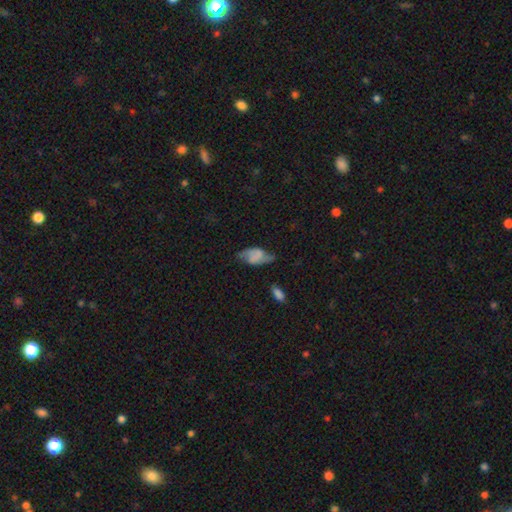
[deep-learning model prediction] smooth_or_featured: featured or disk (p=0.46) [alt: smooth p=0.44]
merging: none (p=0.54) [alt: minor disturbance p=0.28]